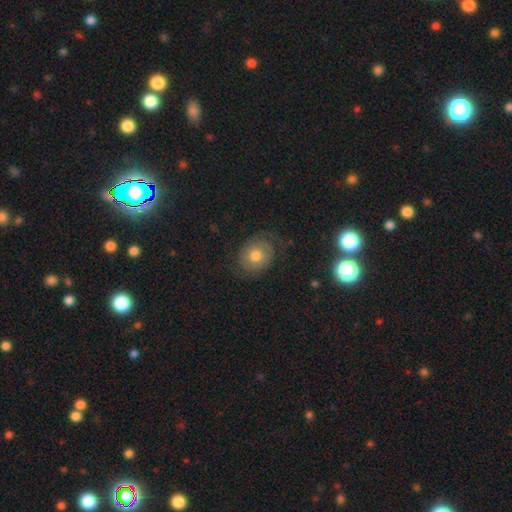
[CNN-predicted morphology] smooth_or_featured: featured or disk (p=0.53) [alt: smooth p=0.34]
disk_edge_on: no (p=0.97) [alt: yes p=0.03]
bar: no (p=0.82) [alt: weak p=0.15]
has_spiral_arms: yes (p=0.82) [alt: no p=0.18]
bulge_size: moderate (p=0.72) [alt: small p=0.14]
merging: none (p=0.73) [alt: minor disturbance p=0.16]